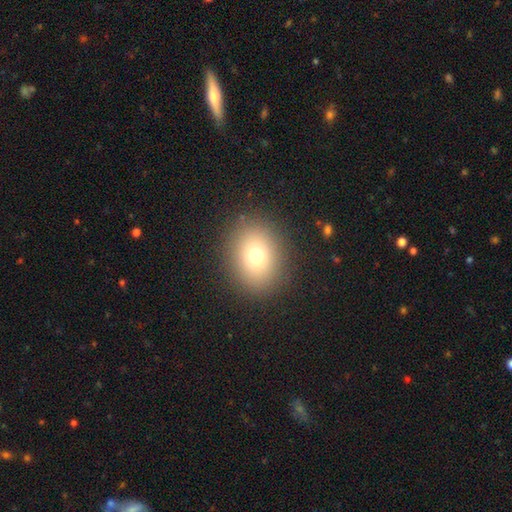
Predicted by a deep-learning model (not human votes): smooth-or-featured: smooth: 75% | star or artifact: 14% | featured or disk: 12%
  how-rounded: round: 55% | in between: 44% | cigar-shaped: 1%
  merging: none: 88% | minor disturbance: 7% | major disturbance: 3% | merger: 1%